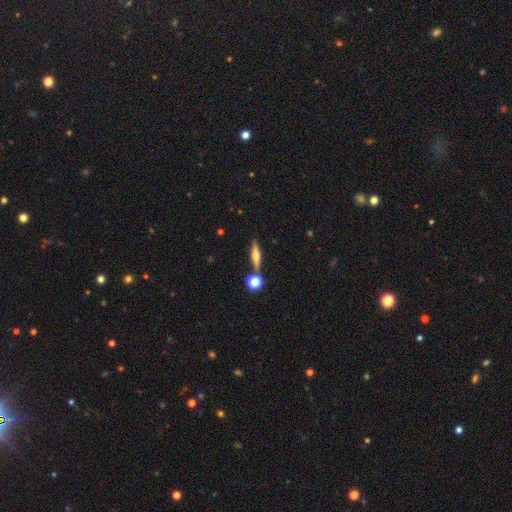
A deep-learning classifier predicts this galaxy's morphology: Smooth or featured?
  - featured or disk: 48% *
  - smooth: 43%
  - star or artifact: 9%
Merging?
  - none: 77% *
  - merger: 11%
  - minor disturbance: 10%
  - major disturbance: 3%